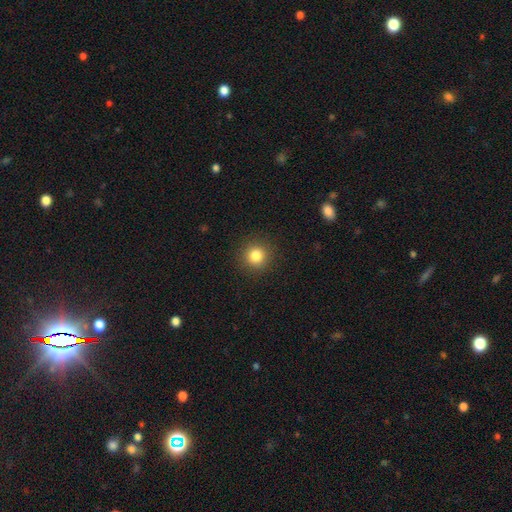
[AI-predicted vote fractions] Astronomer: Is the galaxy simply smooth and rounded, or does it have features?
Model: smooth — 83%.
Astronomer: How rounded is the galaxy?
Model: round — 93%.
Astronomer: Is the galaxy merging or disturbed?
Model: none — 92%.